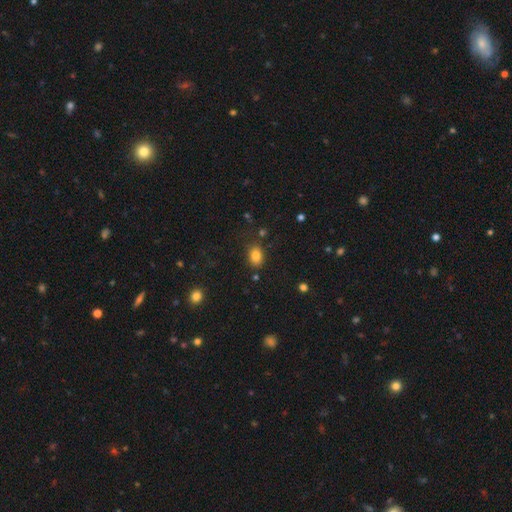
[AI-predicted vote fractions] The model was most divided on "how rounded": in between: 77%, round: 22%, cigar-shaped: 1%. More confident: smooth or featured — smooth (82%); merging — none (80%).